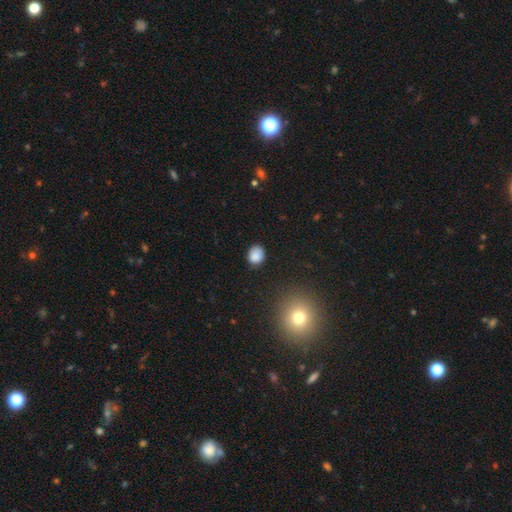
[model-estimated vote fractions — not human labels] A smooth galaxy with no disk features (85%) that is round (63%).

Vote fractions:
- Smooth or featured? smooth: 85% / star or artifact: 10% / featured or disk: 5%
- How rounded? round: 63% / in between: 35% / cigar-shaped: 1%
- Merging? none: 80% / minor disturbance: 15% / major disturbance: 3% / merger: 2%